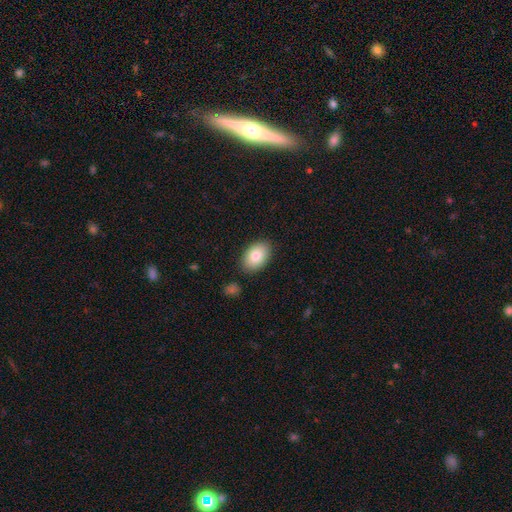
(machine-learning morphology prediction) Q: Smooth or featured?
A: smooth (83%); runner-up: featured or disk (10%)
Q: How rounded?
A: in between (90%); runner-up: round (9%)
Q: Merging?
A: none (86%); runner-up: minor disturbance (10%)